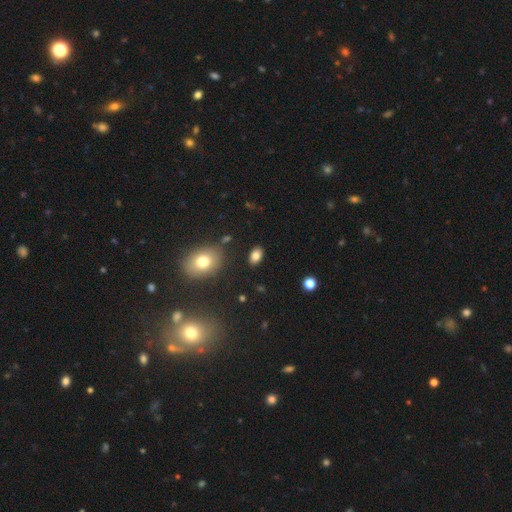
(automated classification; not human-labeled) Smooth or featured: smooth — 83% (star or artifact — 10%)
How rounded: in between — 89% (round — 10%)
Merging: none — 85% (minor disturbance — 10%)